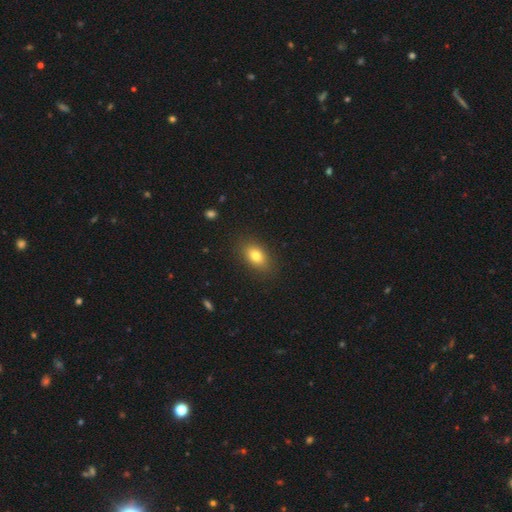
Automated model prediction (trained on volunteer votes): A smooth galaxy with no disk features (79%) that is in between round and cigar-shaped (84%). Merging: none (86%).